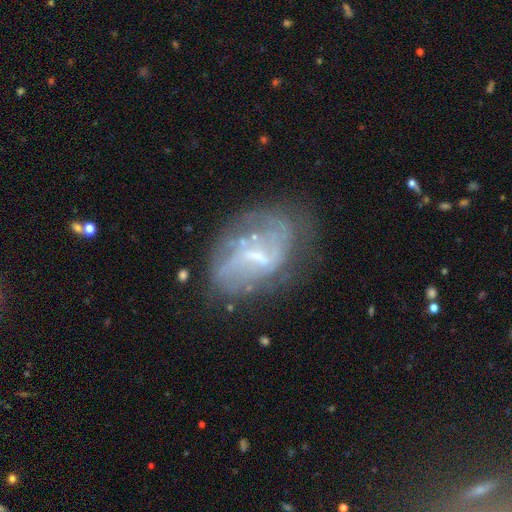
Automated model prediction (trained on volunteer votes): smooth-or-featured: featured or disk: 74% | smooth: 18% | star or artifact: 9%
  disk-edge-on: no: 96% | yes: 4%
    bar: weak: 51% | strong: 25% | no: 23%
    has-spiral-arms: yes: 65% | no: 35%
    bulge-size: small: 48% | moderate: 25% | none: 23% | large: 2% | dominant: 1%
  merging: none: 49% | minor disturbance: 24% | major disturbance: 22% | merger: 5%